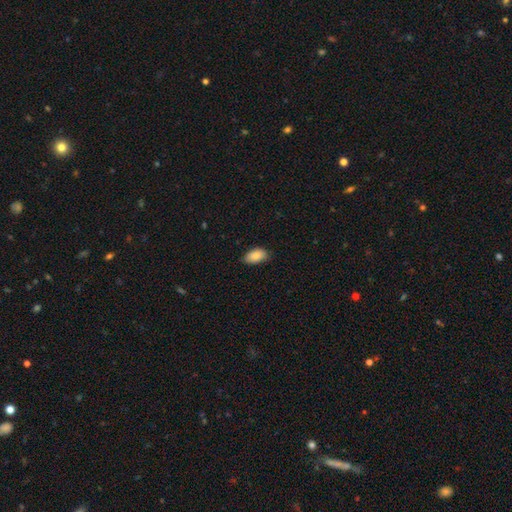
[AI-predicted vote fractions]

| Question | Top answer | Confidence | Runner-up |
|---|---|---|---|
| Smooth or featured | smooth | 86% | star or artifact (7%) |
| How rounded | in between | 93% | round (5%) |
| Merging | none | 80% | minor disturbance (17%) |